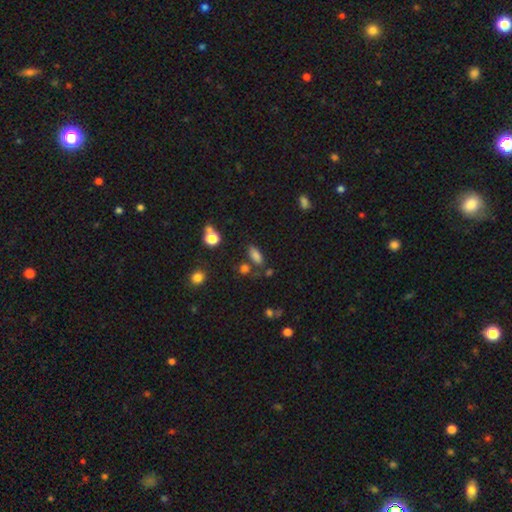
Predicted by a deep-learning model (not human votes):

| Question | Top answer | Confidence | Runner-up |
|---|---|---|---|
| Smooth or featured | smooth | 81% | star or artifact (13%) |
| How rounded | in between | 84% | cigar-shaped (11%) |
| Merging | none | 70% | minor disturbance (15%) |